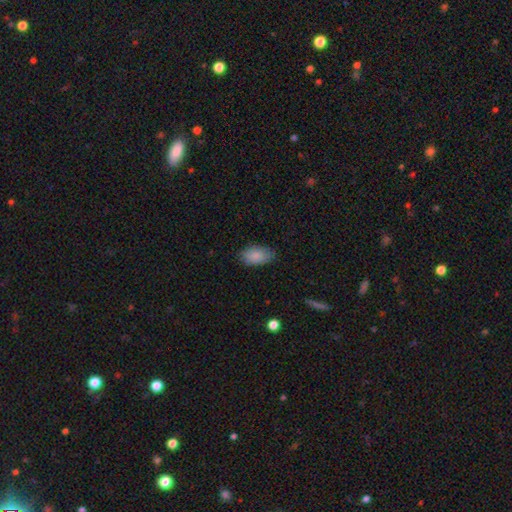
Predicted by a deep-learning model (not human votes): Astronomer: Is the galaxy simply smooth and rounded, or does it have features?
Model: smooth — 86%.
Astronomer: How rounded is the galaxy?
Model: in between — 94%.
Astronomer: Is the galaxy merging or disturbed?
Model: none — 82%.